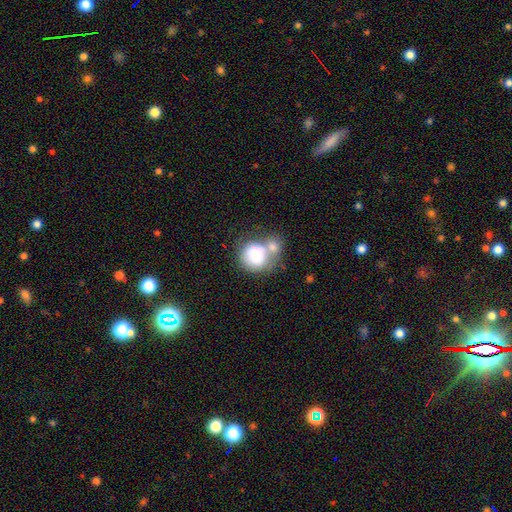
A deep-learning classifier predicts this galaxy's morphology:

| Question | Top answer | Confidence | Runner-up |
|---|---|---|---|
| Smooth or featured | smooth | 76% | featured or disk (17%) |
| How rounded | round | 78% | in between (21%) |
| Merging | merger | 50% | none (28%) |